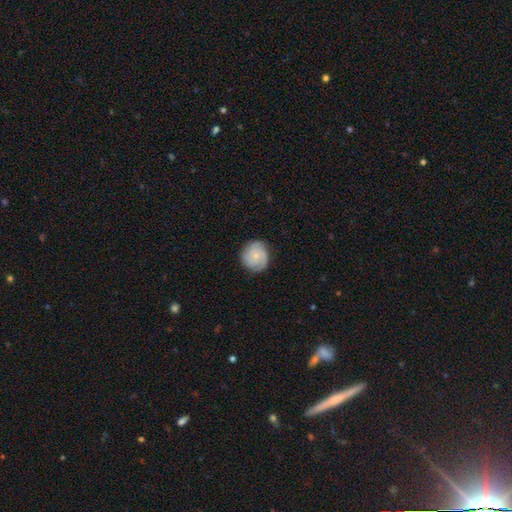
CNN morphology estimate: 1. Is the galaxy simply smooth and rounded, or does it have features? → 47% featured or disk, 46% smooth, 7% star or artifact.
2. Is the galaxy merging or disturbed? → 79% none, 16% minor disturbance, 4% major disturbance, 1% merger.